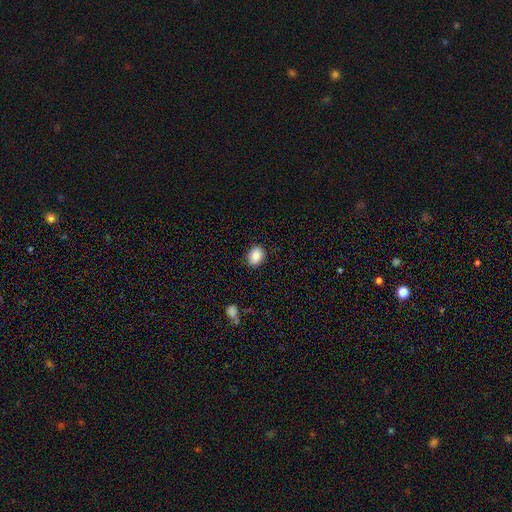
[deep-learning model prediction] Morphology: type=smooth (88%); roundness=in between (60%); merging=none (86%).